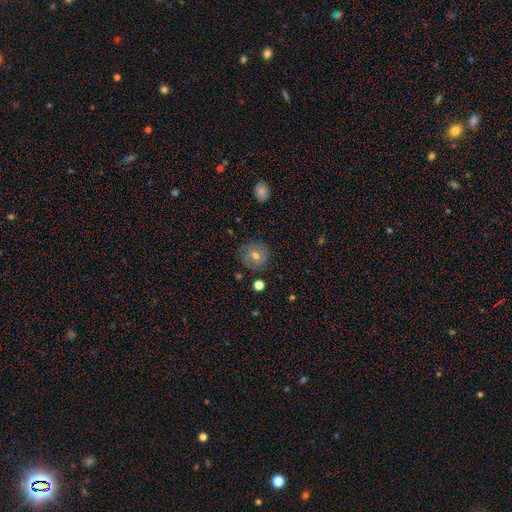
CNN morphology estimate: type=featured or disk (57%); edge-on=no (97%); bar=no (71%); spiral arms=yes (83%); bulge=moderate (62%); merging=none (80%).